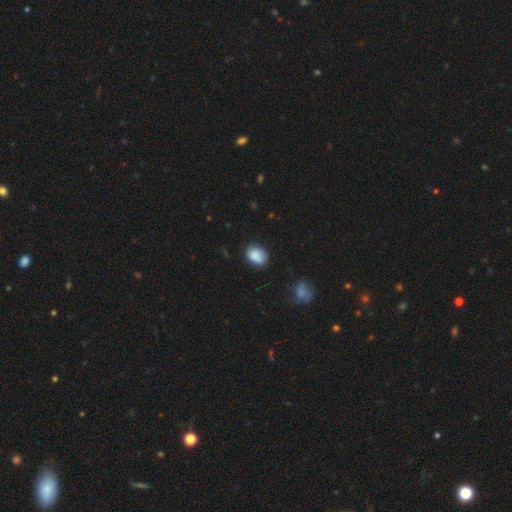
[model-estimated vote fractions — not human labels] A smooth galaxy with no disk features (85%) that is in between round and cigar-shaped (60%).

Vote fractions:
- Smooth or featured? smooth: 85% / star or artifact: 8% / featured or disk: 6%
- How rounded? in between: 60% / round: 39% / cigar-shaped: 1%
- Merging? none: 71% / minor disturbance: 22% / major disturbance: 4% / merger: 3%